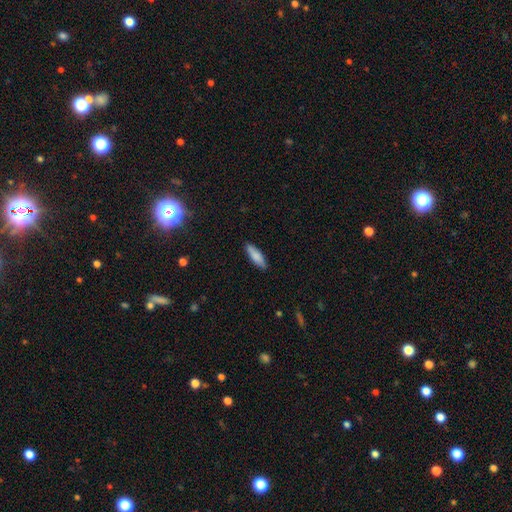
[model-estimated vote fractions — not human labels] smooth-or-featured: smooth: 83% | featured or disk: 11% | star or artifact: 6%
  how-rounded: cigar-shaped: 58% | in between: 40% | round: 2%
  merging: none: 87% | minor disturbance: 10% | major disturbance: 2% | merger: 1%